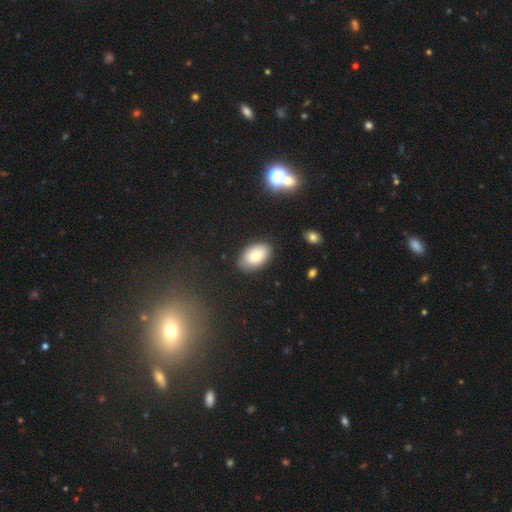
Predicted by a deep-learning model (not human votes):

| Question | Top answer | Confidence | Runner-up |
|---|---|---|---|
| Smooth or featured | smooth | 79% | featured or disk (13%) |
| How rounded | in between | 91% | round (8%) |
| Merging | none | 84% | minor disturbance (12%) |